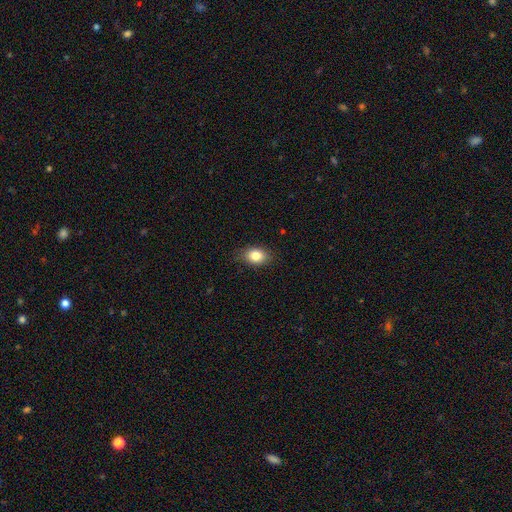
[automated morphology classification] The model was most divided on "how rounded": in between: 72%, round: 27%, cigar-shaped: 1%. More confident: merging — none (83%); smooth or featured — smooth (83%).